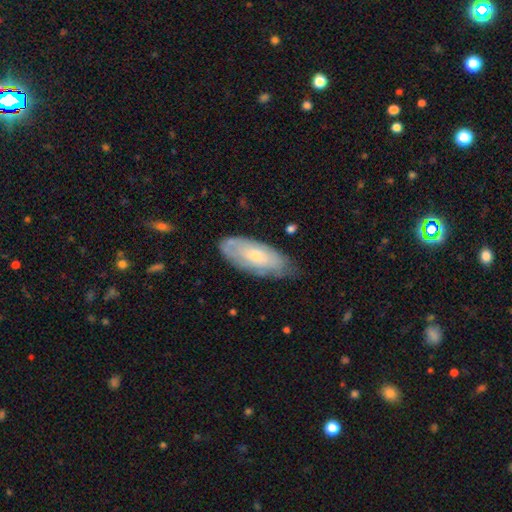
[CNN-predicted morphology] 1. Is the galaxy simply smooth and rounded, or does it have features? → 52% smooth, 42% featured or disk, 6% star or artifact.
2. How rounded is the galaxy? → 82% in between, 16% cigar-shaped, 2% round.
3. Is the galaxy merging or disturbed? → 64% none, 28% minor disturbance, 6% major disturbance, 2% merger.